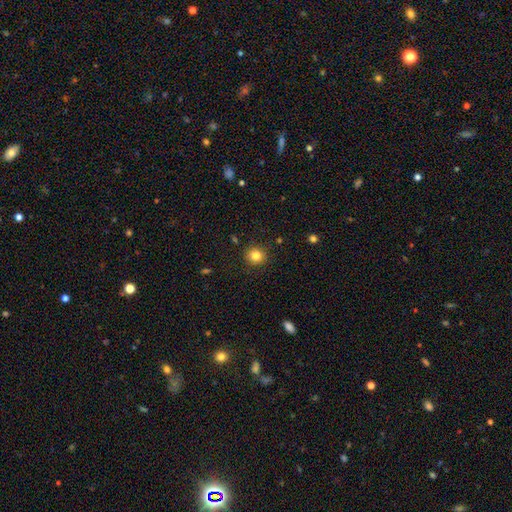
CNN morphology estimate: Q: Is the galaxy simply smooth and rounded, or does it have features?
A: smooth — 83%.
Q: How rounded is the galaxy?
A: round — 91%.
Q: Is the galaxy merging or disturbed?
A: none — 90%.